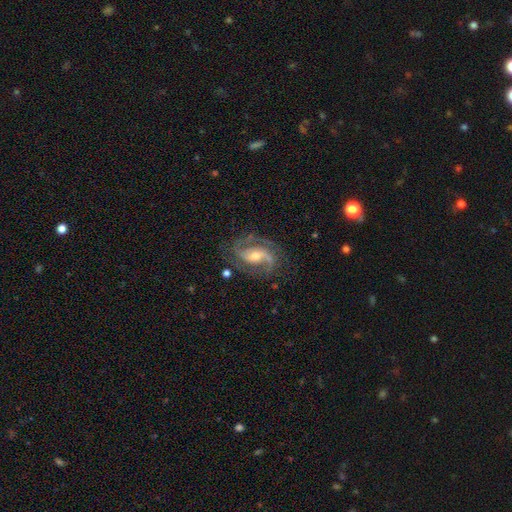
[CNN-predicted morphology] Overall: featured or disk (90%). Edge-on disk: no (97%). Bar: weak (40%; no 36%). Spiral arms: yes (98%). Spiral arm count: 2 (78%). Spiral winding: medium (56%; tight 25%). Bulge size: moderate (54%; small 41%). Merging: none (74%).